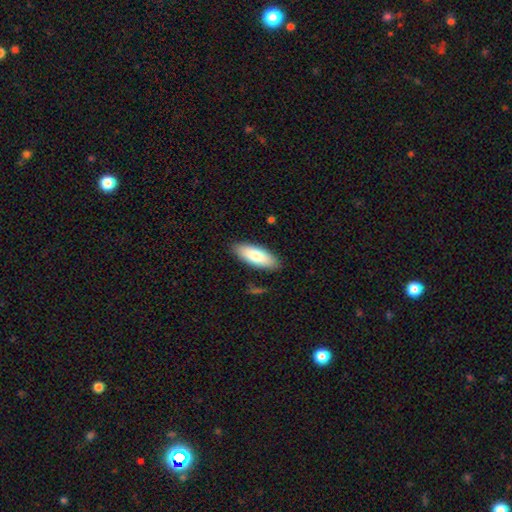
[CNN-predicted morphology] smooth-or-featured: smooth: 80% | featured or disk: 15% | star or artifact: 6%
  how-rounded: in between: 75% | cigar-shaped: 23% | round: 2%
  merging: none: 87% | minor disturbance: 10% | major disturbance: 2% | merger: 1%